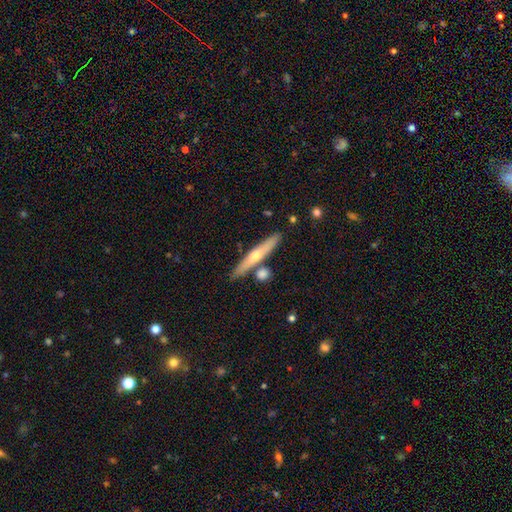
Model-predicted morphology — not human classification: Smooth or featured? Predicted: featured or disk (p=0.56). Edge-on disk? Predicted: yes (p=0.94). Edge-on bulge? Predicted: rounded (p=0.82). Merging? Predicted: none (p=0.81).